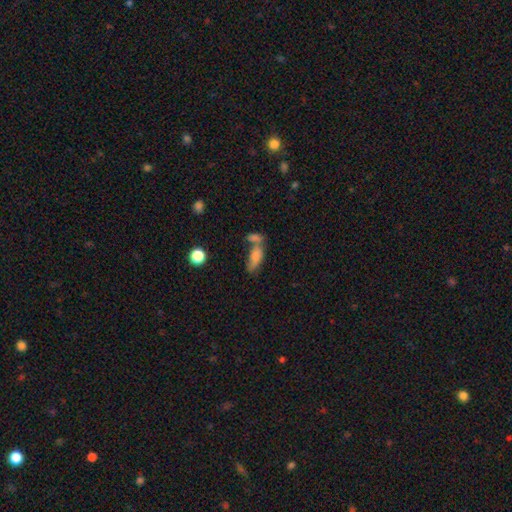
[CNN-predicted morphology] smooth 75%, featured or disk 15%, star or artifact 9%. Down the decision tree: how rounded — in between (78%); merging — merger (51%).